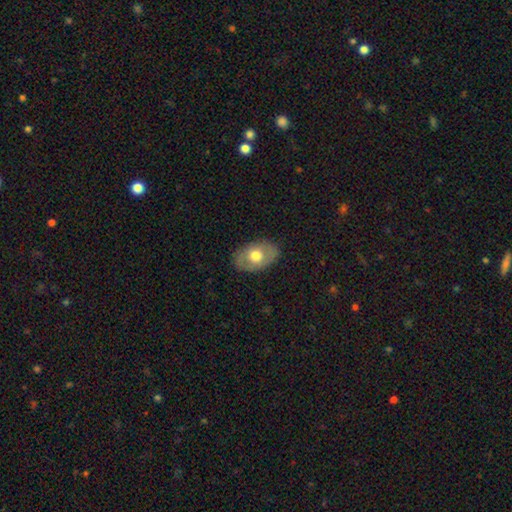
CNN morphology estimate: Q: Smooth or featured?
A: smooth (56%); runner-up: featured or disk (39%)
Q: How rounded?
A: in between (85%); runner-up: round (14%)
Q: Merging?
A: none (82%); runner-up: minor disturbance (13%)